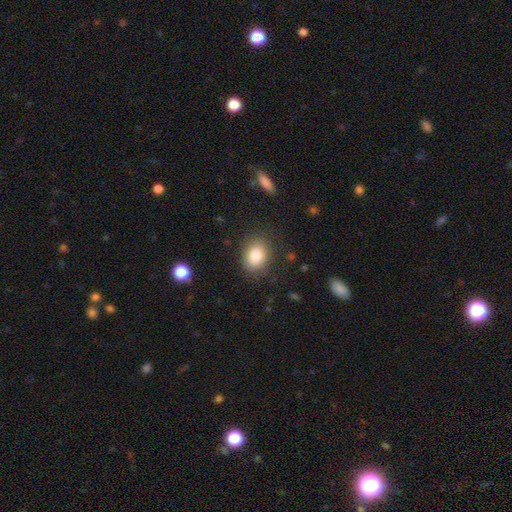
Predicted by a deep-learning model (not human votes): This is clearly a smooth galaxy (83%). How rounded: likely in between (64%). Merging: clearly none (82%).